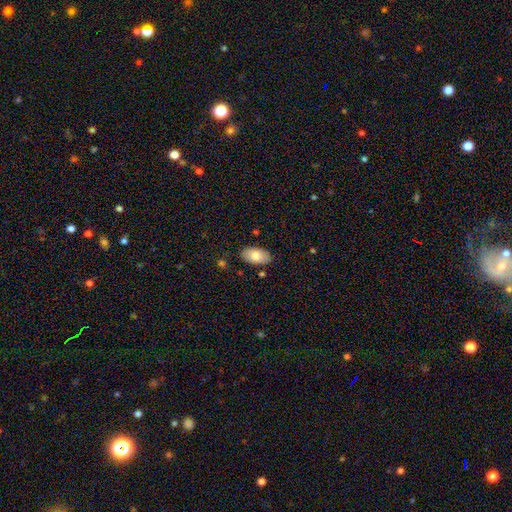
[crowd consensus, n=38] Smooth or featured? smooth (76%)
How rounded? in between (93%)
Merging? none (83%)